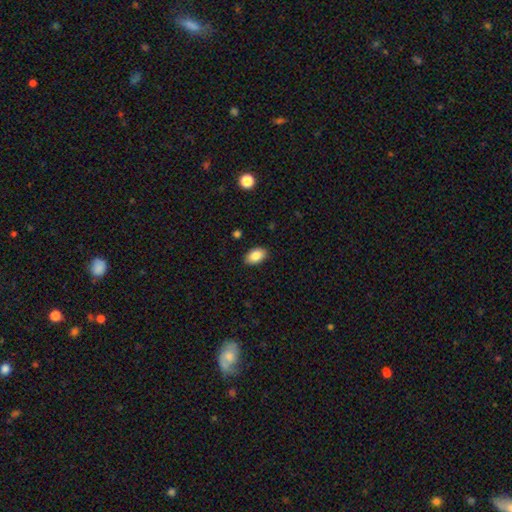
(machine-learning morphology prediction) Smooth or featured?
  - smooth: 87% *
  - star or artifact: 7%
  - featured or disk: 6%
How rounded?
  - in between: 92% *
  - round: 7%
  - cigar-shaped: 1%
Merging?
  - none: 88% *
  - minor disturbance: 9%
  - major disturbance: 2%
  - merger: 1%